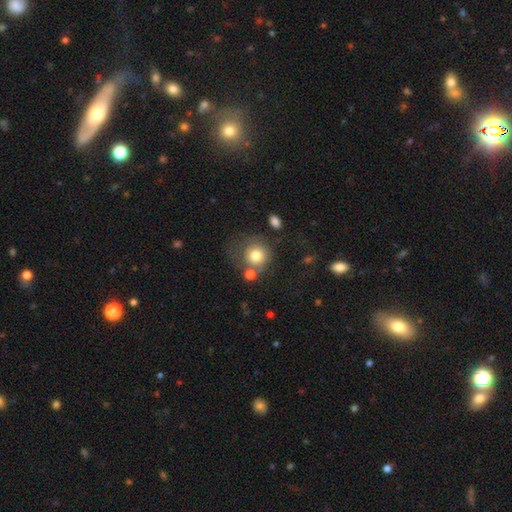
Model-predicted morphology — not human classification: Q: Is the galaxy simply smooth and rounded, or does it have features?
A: smooth — 76%.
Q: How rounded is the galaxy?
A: round — 87%.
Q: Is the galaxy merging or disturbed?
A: none — 51%.